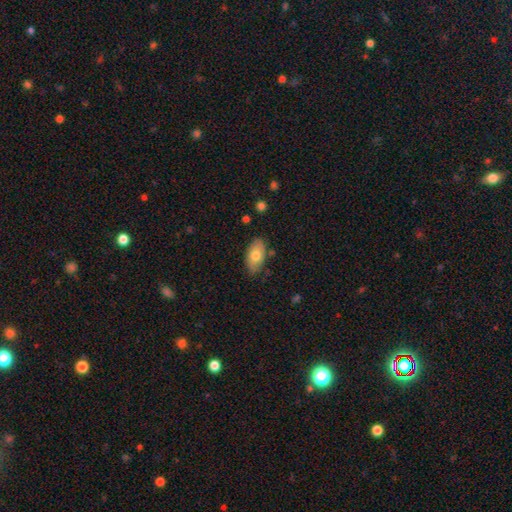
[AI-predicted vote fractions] Smooth or featured? smooth (74%)
How rounded? in between (93%)
Merging? none (80%)